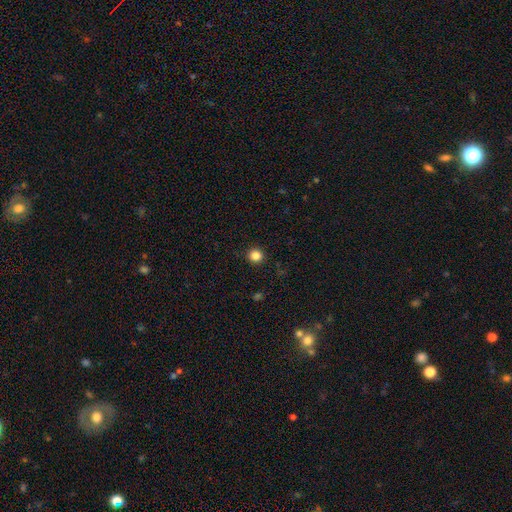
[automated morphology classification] The model was most divided on "smooth or featured": smooth: 85%, star or artifact: 12%, featured or disk: 4%. More confident: how rounded — round (93%); merging — none (92%).